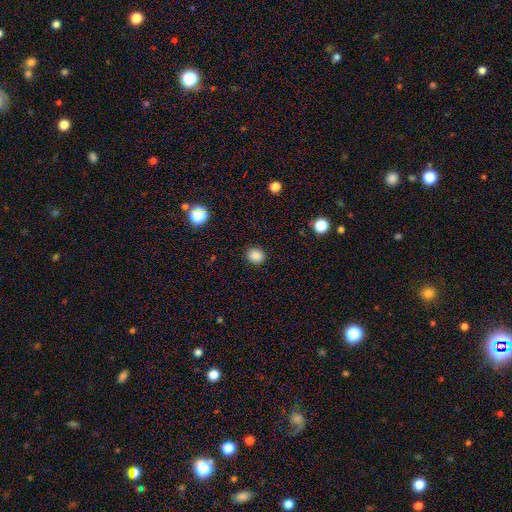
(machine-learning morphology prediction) Smooth or featured? smooth (86%)
How rounded? round (73%)
Merging? none (90%)